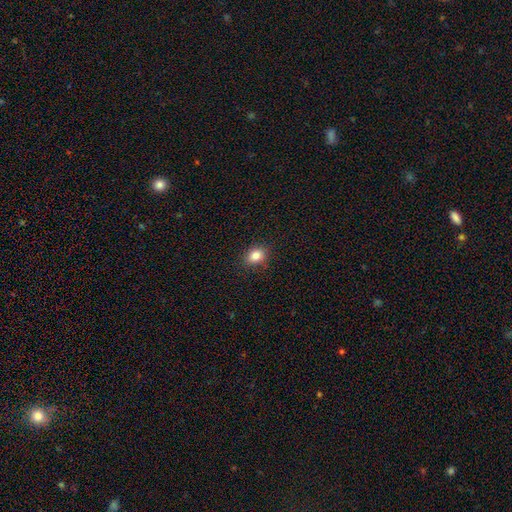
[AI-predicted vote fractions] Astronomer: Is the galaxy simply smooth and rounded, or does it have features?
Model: smooth — 84%.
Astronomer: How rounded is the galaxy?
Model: in between — 59% (runner-up: round, 40%).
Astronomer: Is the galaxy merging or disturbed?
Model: none — 87%.